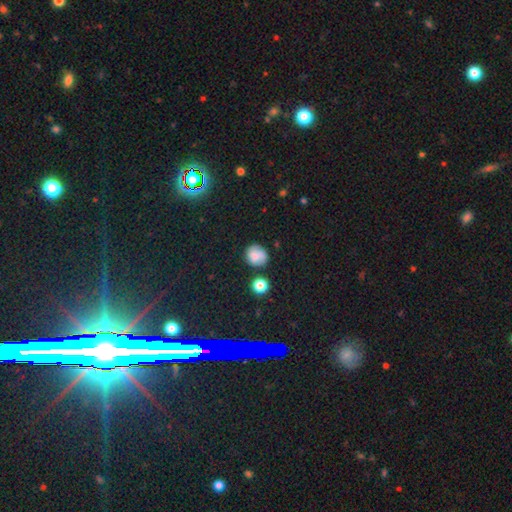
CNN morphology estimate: This appears to be a smooth galaxy with no disk features (72%) that is round (79%). Merging: none (69%).